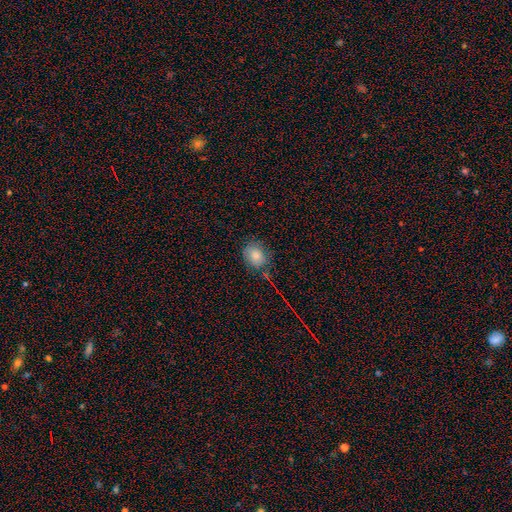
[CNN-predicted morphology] Smooth or featured: smooth — 80% (star or artifact — 13%)
How rounded: round — 58% (in between — 41%)
Merging: none — 77% (minor disturbance — 17%)